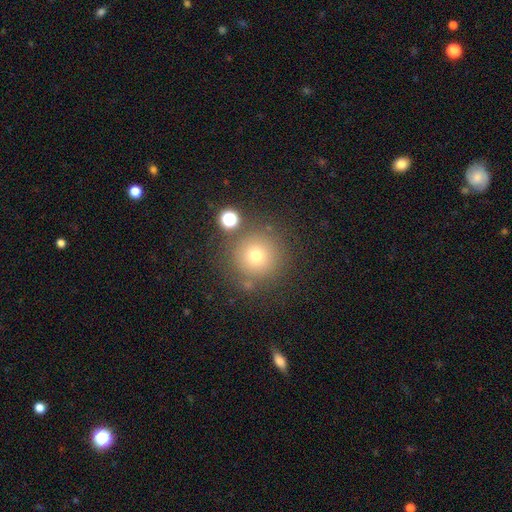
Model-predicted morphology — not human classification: The model was most divided on "smooth or featured": smooth: 69%, star or artifact: 17%, featured or disk: 13%. More confident: how rounded — round (96%); merging — none (81%).